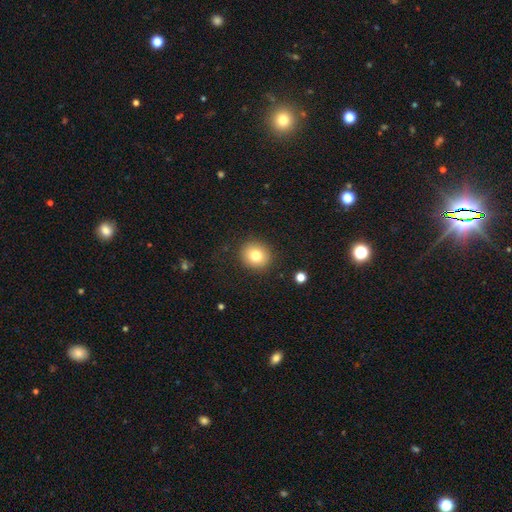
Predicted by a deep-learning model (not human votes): smooth_or_featured: smooth (p=0.79) [alt: star or artifact p=0.11]
how_rounded: round (p=0.85) [alt: in between p=0.14]
merging: none (p=0.89) [alt: minor disturbance p=0.07]